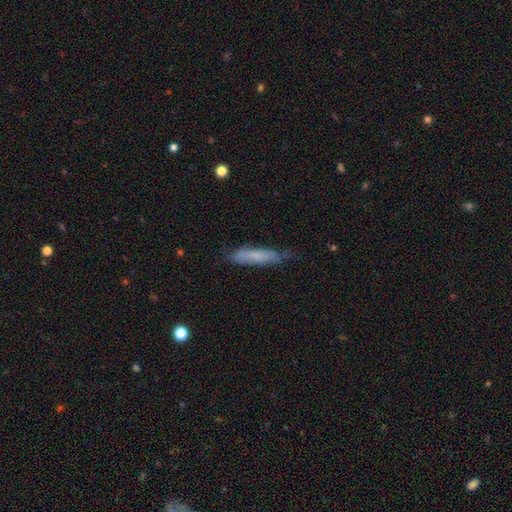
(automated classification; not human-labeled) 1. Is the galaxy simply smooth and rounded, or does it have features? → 64% smooth, 29% featured or disk, 7% star or artifact.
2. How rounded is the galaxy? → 84% cigar-shaped, 15% in between, 2% round.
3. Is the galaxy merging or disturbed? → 66% none, 25% minor disturbance, 6% major disturbance, 2% merger.